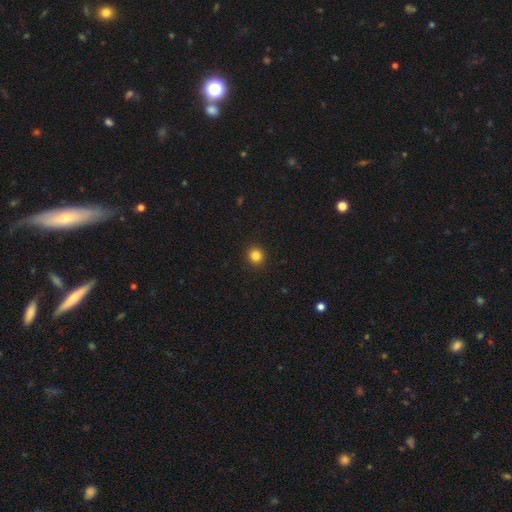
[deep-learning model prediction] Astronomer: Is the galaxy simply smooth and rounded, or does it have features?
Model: smooth — 84%.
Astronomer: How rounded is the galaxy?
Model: round — 94%.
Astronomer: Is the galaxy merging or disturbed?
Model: none — 93%.